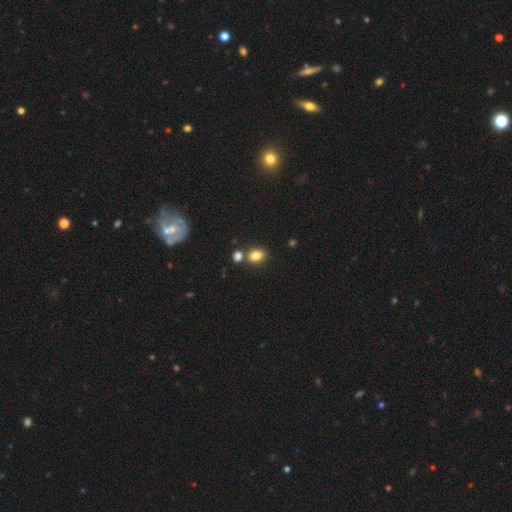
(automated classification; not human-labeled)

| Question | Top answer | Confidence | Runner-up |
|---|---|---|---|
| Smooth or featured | smooth | 82% | star or artifact (11%) |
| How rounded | in between | 66% | round (32%) |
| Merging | none | 64% | merger (22%) |